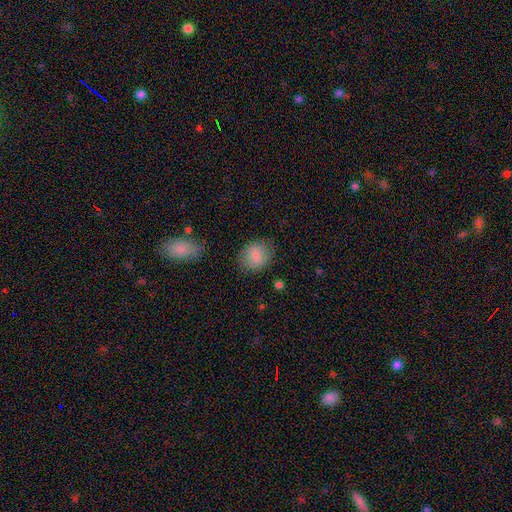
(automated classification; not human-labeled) Smooth or featured: smooth — 84% (featured or disk — 8%)
How rounded: round — 66% (in between — 33%)
Merging: none — 80% (minor disturbance — 14%)